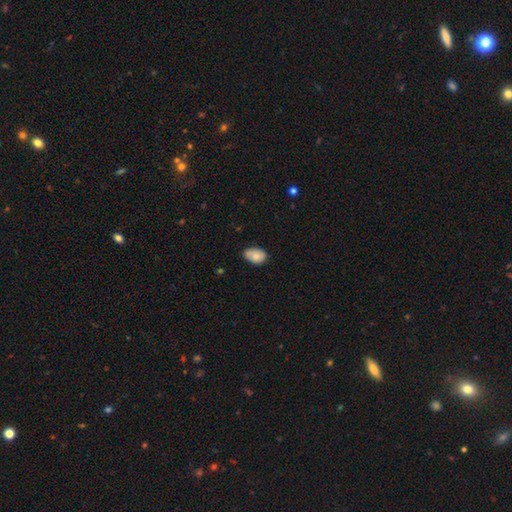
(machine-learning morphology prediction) Smooth or featured: smooth — 78% (featured or disk — 15%)
How rounded: in between — 88% (round — 11%)
Merging: none — 69% (minor disturbance — 26%)